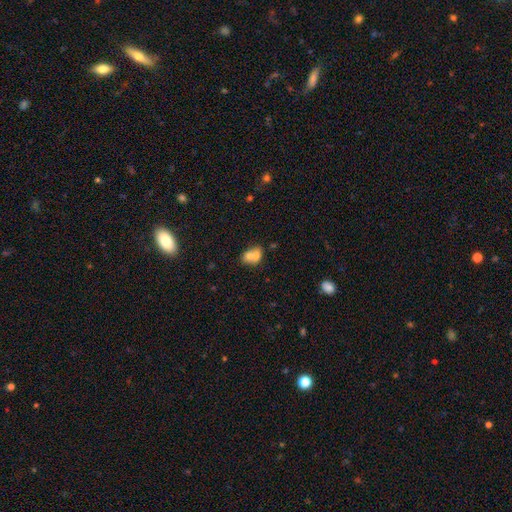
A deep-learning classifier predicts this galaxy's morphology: smooth_or_featured: smooth (p=0.65) [alt: featured or disk p=0.24]
how_rounded: in between (p=0.54) [alt: round p=0.44]
merging: merger (p=0.69) [alt: none p=0.21]